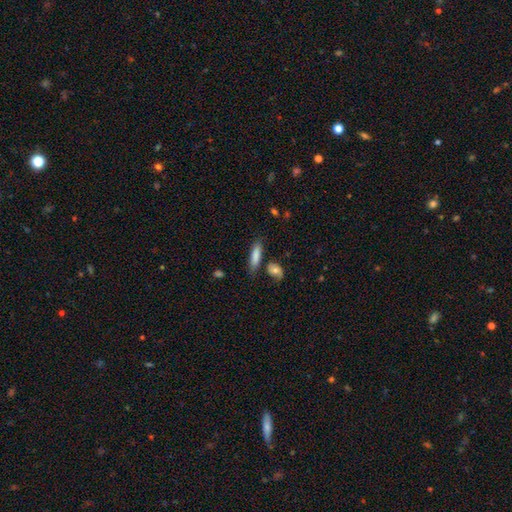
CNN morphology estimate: This appears to be a smooth galaxy with no disk features (81%) that is cigar-shaped (59%). Merging: none (69%).